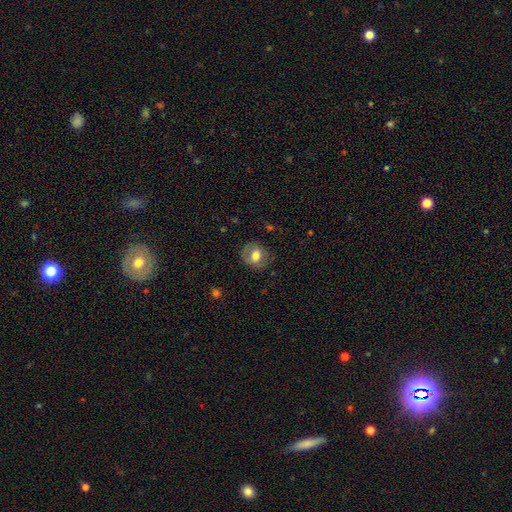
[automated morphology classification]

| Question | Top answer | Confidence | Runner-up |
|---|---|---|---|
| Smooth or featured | smooth | 63% | featured or disk (29%) |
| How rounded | round | 65% | in between (34%) |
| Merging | none | 74% | minor disturbance (18%) |